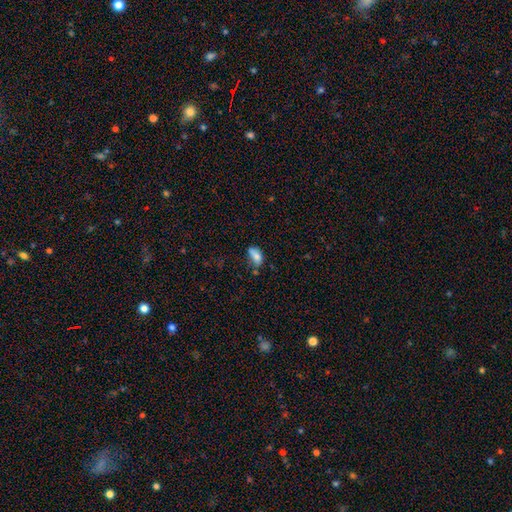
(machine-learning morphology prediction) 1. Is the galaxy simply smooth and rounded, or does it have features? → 79% smooth, 12% featured or disk, 9% star or artifact.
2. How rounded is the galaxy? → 88% in between, 7% cigar-shaped, 5% round.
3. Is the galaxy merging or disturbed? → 49% none, 31% minor disturbance, 10% major disturbance, 9% merger.